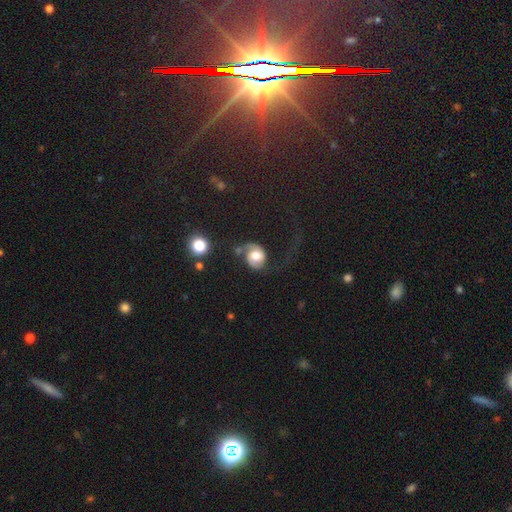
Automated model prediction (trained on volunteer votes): A featured or disk galaxy (62%) with no bar (69%), 2 (69%) loose (42%) spiral arms (89%) and a moderate central bulge (53%). Merging: major disturbance (36%, tied with none).